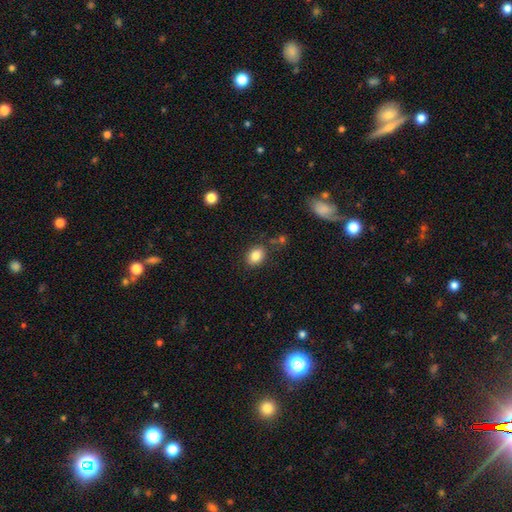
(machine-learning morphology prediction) This appears to be a smooth galaxy with no disk features (84%) that is in between round and cigar-shaped (68%). Merging: none (82%).